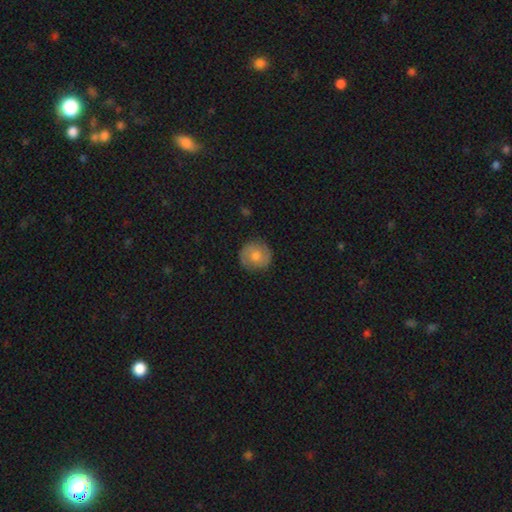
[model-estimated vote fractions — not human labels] A smooth galaxy with no disk features (50%).

Vote fractions:
- Smooth or featured? smooth: 50% / featured or disk: 42% / star or artifact: 8%
- Merging? none: 86% / minor disturbance: 10% / major disturbance: 3% / merger: 1%